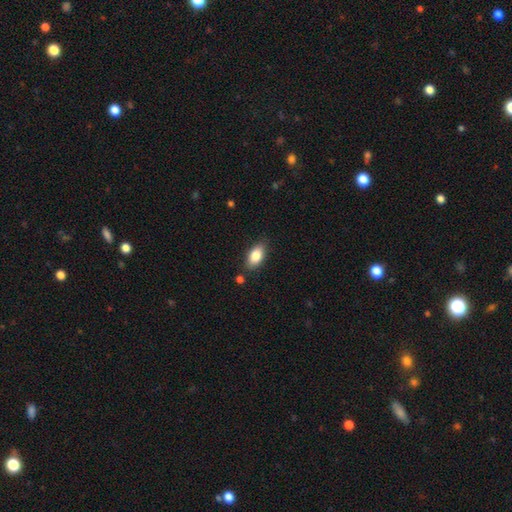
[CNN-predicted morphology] A smooth galaxy with no disk features (84%) that is in between round and cigar-shaped (90%). Merging: none (82%).